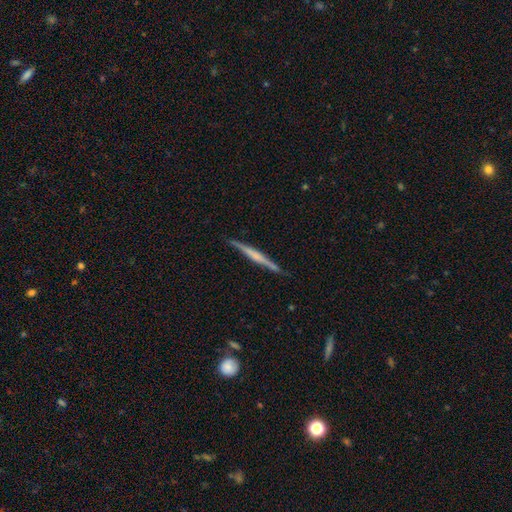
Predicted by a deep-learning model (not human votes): The model was most divided on "edge-on bulge": none: 41%, rounded: 39%, boxy: 20%. More confident: edge-on disk — yes (98%); merging — none (90%); smooth or featured — featured or disk (67%).